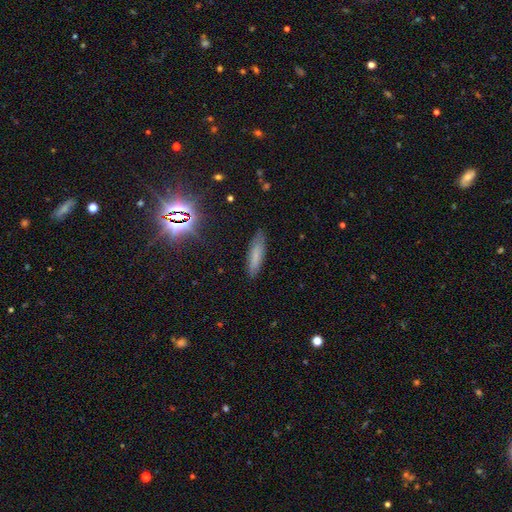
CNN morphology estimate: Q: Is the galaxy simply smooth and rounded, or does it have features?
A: smooth — 69%.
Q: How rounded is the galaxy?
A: cigar-shaped — 68%.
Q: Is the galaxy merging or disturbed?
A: none — 84%.